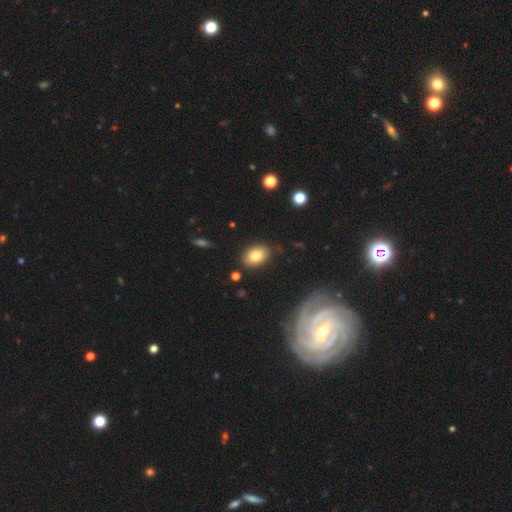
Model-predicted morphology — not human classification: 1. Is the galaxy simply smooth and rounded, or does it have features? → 81% smooth, 10% featured or disk, 8% star or artifact.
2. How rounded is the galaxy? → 89% in between, 10% round, 1% cigar-shaped.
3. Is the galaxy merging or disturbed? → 85% none, 10% minor disturbance, 2% major disturbance, 2% merger.